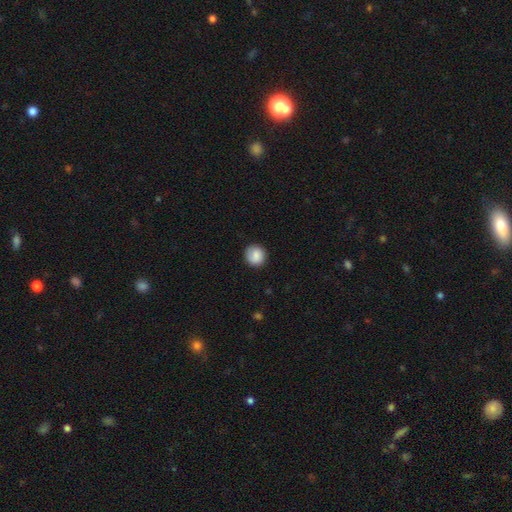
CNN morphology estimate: The model was most divided on "merging": none: 86%, minor disturbance: 10%, major disturbance: 3%, merger: 1%. More confident: how rounded — round (90%); smooth or featured — smooth (85%).